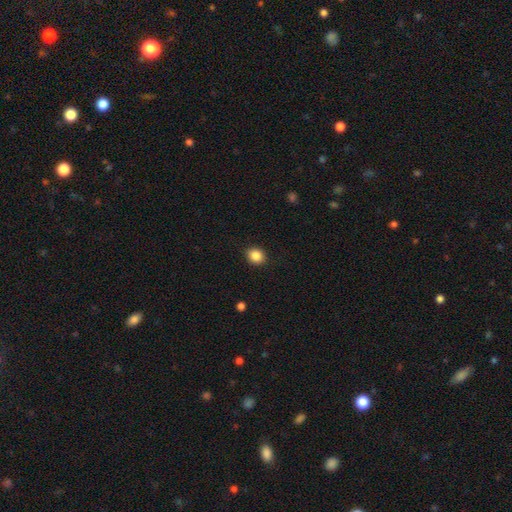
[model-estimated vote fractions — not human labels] Smooth or featured?
  - smooth: 87% *
  - star or artifact: 9%
  - featured or disk: 4%
How rounded?
  - round: 65% *
  - in between: 34%
  - cigar-shaped: 1%
Merging?
  - none: 90% *
  - minor disturbance: 7%
  - major disturbance: 2%
  - merger: 1%